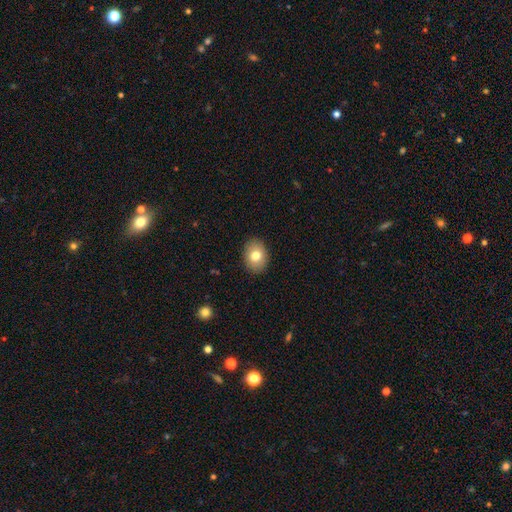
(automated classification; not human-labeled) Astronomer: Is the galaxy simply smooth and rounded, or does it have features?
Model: smooth — 77%.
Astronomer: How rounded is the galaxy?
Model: in between — 69%.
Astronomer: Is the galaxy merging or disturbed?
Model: none — 89%.